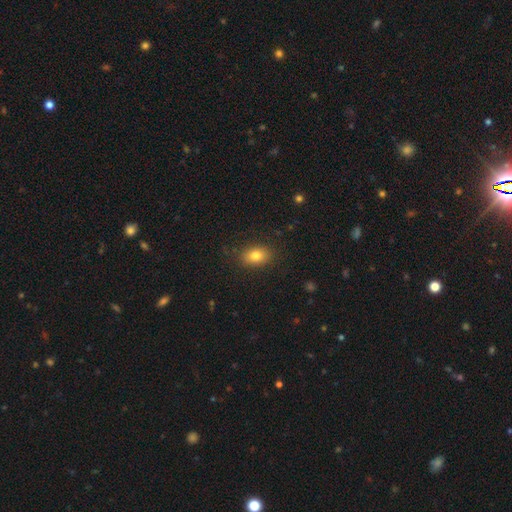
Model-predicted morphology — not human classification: This appears to be a smooth galaxy with no disk features (81%) that is in between round and cigar-shaped (78%). Merging: none (86%).